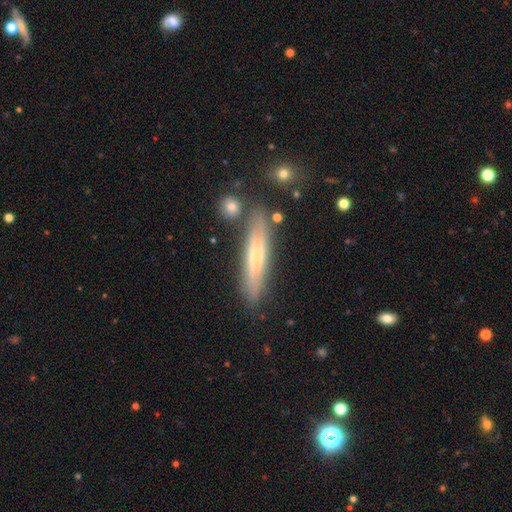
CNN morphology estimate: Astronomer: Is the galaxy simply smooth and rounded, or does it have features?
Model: featured or disk — 49% (runner-up: smooth, 43%).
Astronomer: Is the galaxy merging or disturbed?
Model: none — 78%.